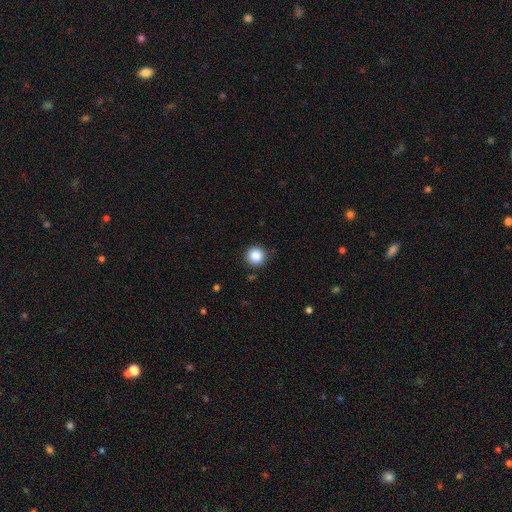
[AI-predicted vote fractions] smooth_or_featured: smooth (p=0.87) [alt: star or artifact p=0.10]
how_rounded: round (p=0.96) [alt: in between p=0.03]
merging: none (p=0.90) [alt: minor disturbance p=0.07]